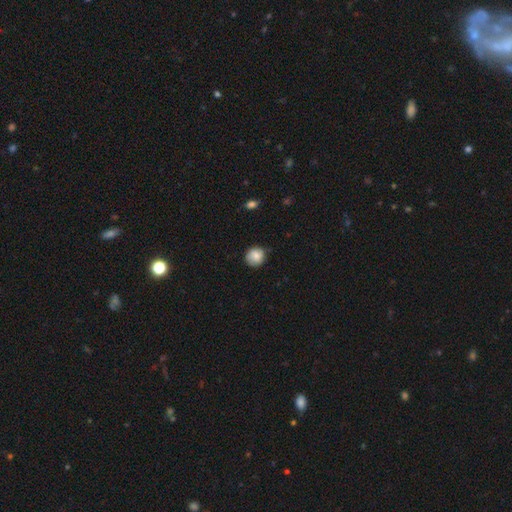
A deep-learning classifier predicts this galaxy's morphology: This appears to be a smooth galaxy with no disk features (81%) that is round (88%). Merging: none (77%).